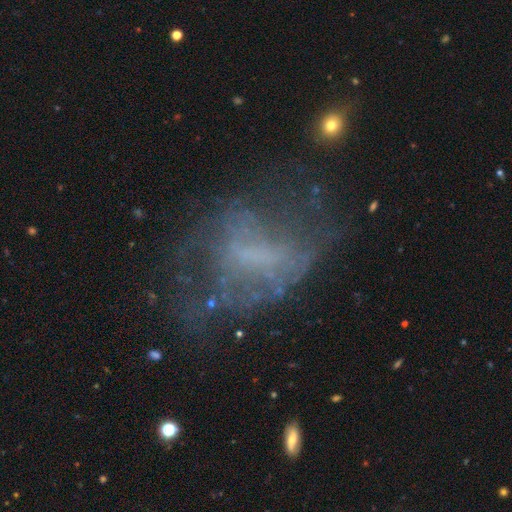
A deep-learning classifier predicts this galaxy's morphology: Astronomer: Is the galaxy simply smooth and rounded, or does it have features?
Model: featured or disk — 57%.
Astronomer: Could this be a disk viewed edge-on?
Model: no — 96%.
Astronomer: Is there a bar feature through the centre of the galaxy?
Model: no — 58%.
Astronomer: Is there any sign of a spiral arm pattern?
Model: no — 68%.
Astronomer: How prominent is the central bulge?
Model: none — 66%.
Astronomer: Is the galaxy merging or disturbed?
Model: major disturbance — 38%, tied with none at 38%.